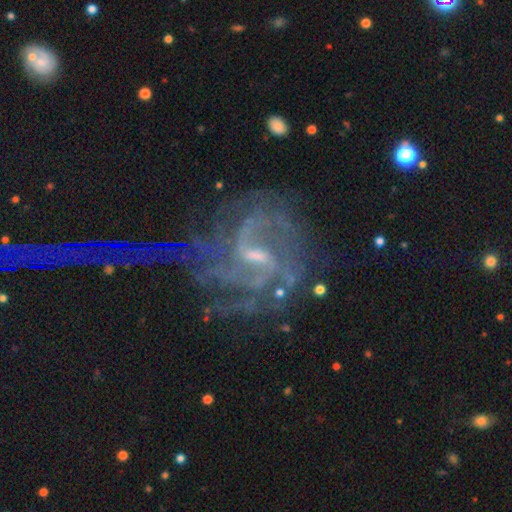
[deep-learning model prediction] Overall: featured or disk (88%). Edge-on disk: no (98%). Bar: weak (60%; strong 23%). Spiral arms: yes (94%). Spiral arm count: 2 (31%; can't tell 28%). Spiral winding: medium (48%; tight 30%). Bulge size: small (56%; moderate 29%). Merging: none (63%).